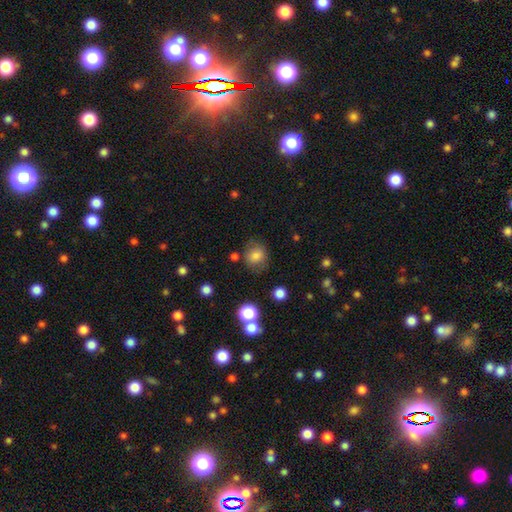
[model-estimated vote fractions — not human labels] This appears to be a smooth galaxy with no disk features (81%) that is round (76%). Merging: none (75%).